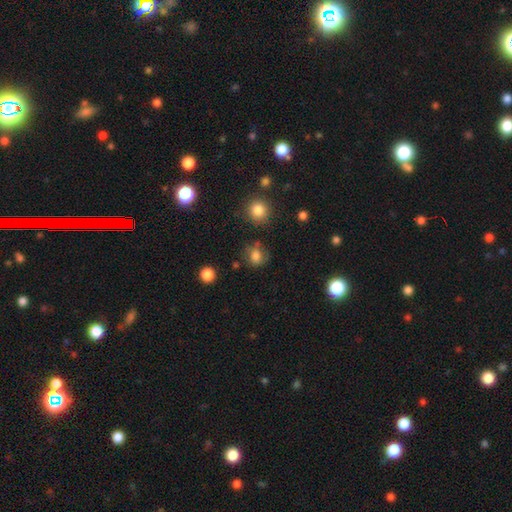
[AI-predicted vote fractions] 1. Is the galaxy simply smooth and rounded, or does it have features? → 75% smooth, 14% star or artifact, 11% featured or disk.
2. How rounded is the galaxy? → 72% round, 27% in between, 1% cigar-shaped.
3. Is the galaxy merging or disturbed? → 66% none, 19% minor disturbance, 9% major disturbance, 6% merger.